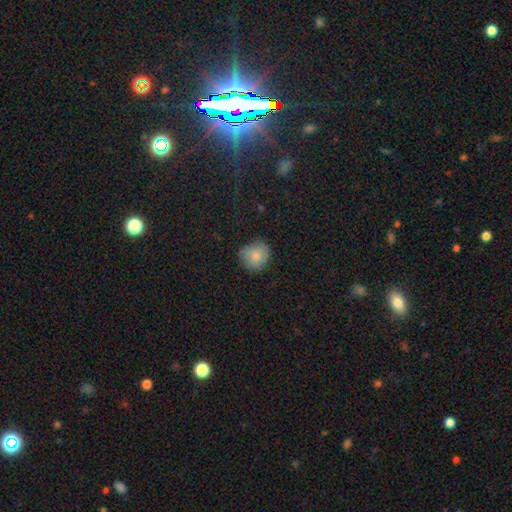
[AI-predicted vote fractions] The model was most divided on "merging": none: 70%, minor disturbance: 24%, major disturbance: 5%, merger: 1%. More confident: how rounded — round (85%); smooth or featured — smooth (80%).